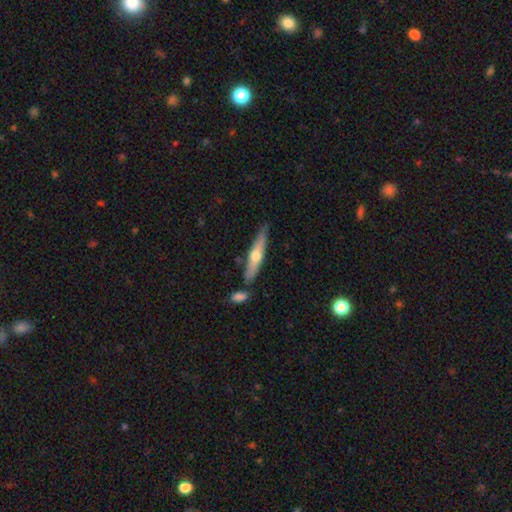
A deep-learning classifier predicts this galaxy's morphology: smooth_or_featured: featured or disk (p=0.50) [alt: smooth p=0.44]
disk_edge_on: yes (p=0.88) [alt: no p=0.12]
merging: none (p=0.76) [alt: minor disturbance p=0.13]